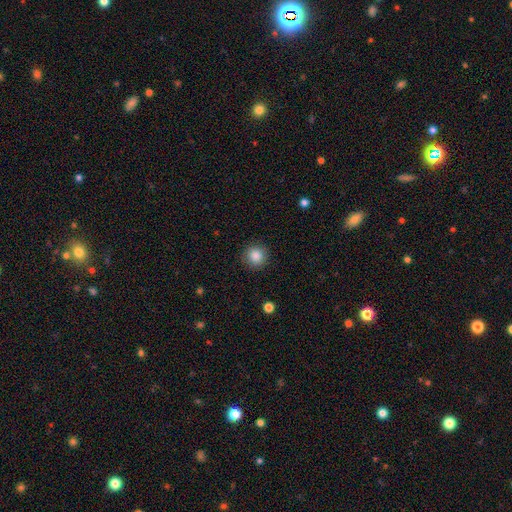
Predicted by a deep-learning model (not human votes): The model was most divided on "smooth or featured": smooth: 86%, star or artifact: 10%, featured or disk: 4%. More confident: how rounded — round (94%); merging — none (89%).